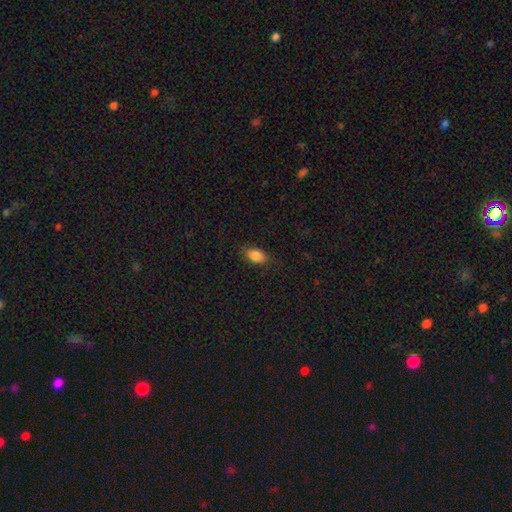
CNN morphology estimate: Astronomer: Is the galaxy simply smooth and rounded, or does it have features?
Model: smooth — 84%.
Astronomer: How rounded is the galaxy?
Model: in between — 83%.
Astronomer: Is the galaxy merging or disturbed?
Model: none — 80%.